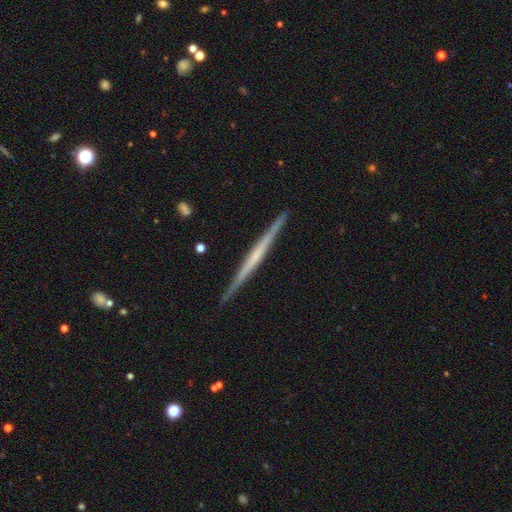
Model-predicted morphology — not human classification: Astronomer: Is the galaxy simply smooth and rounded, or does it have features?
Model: featured or disk — 68%.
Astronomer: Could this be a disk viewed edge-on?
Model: yes — 98%.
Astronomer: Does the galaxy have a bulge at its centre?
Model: none — 74%.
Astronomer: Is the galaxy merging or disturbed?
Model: none — 91%.